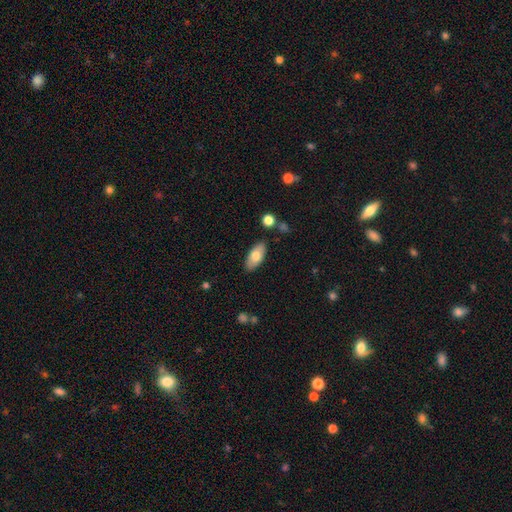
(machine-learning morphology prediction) smooth 74%, featured or disk 20%, star or artifact 6%. Down the decision tree: how rounded — in between (88%); merging — none (86%).